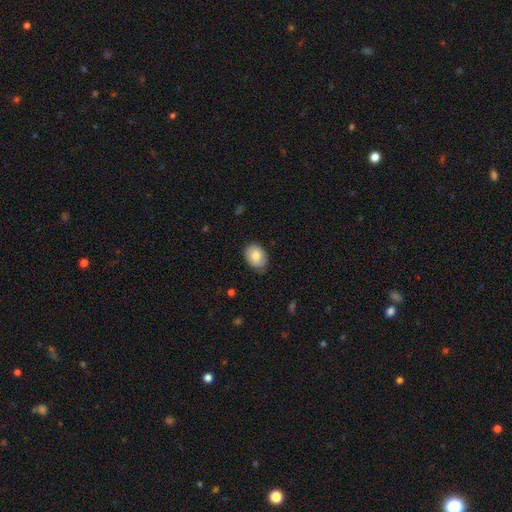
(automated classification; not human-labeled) This is likely a smooth galaxy (80%). How rounded: likely in between (76%). Merging: likely none (77%).